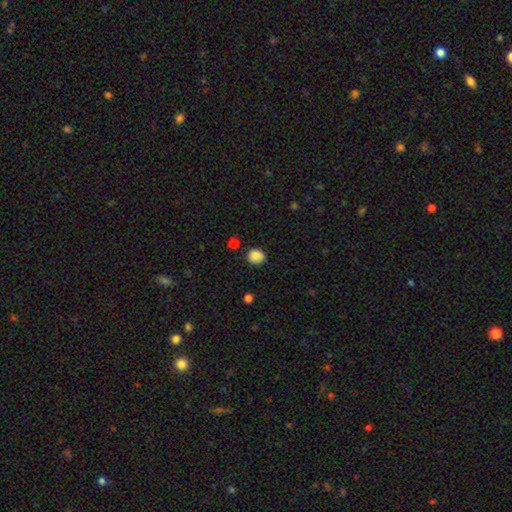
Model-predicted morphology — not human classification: Smooth or featured? smooth (87%)
How rounded? round (71%)
Merging? none (84%)